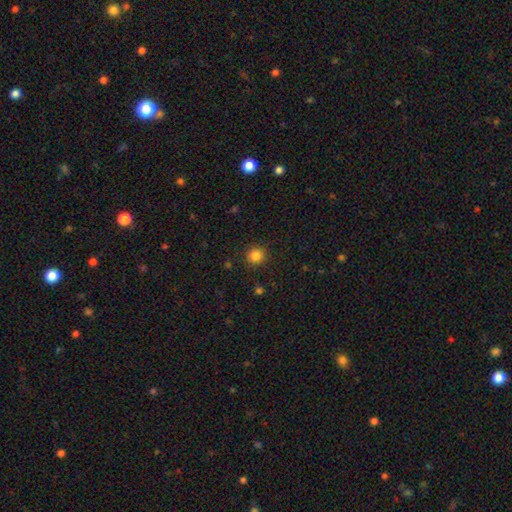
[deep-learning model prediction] This is clearly a smooth galaxy (84%). How rounded: clearly round (92%). Merging: clearly none (90%).